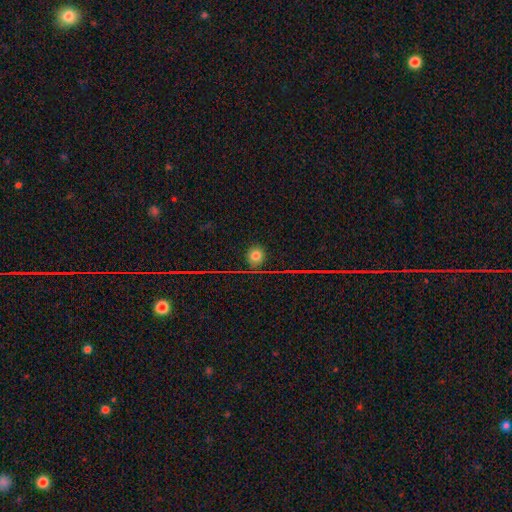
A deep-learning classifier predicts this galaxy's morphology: A smooth galaxy with no disk features (72%) that is round (84%). Merging: none (86%).